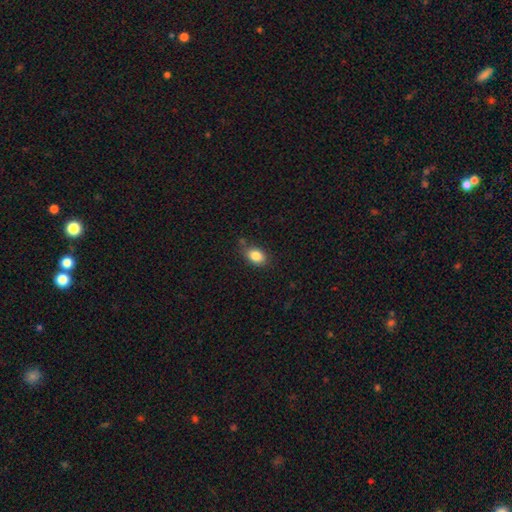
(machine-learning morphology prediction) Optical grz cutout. It shows a smooth galaxy with no disk features (85%) that is in between round and cigar-shaped (80%). Merging: none (73%).